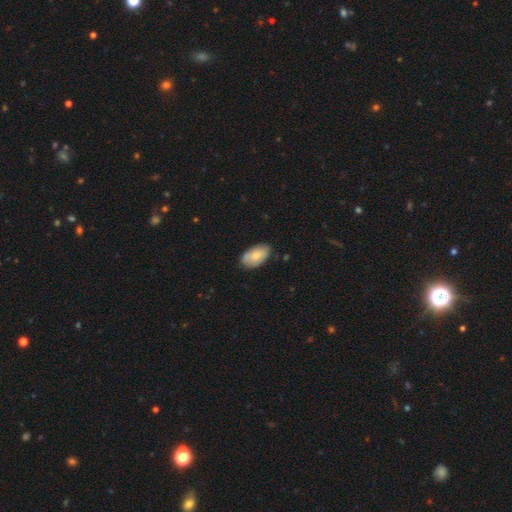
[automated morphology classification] smooth 76%, featured or disk 18%, star or artifact 6%. Down the decision tree: how rounded — in between (95%); merging — none (72%).